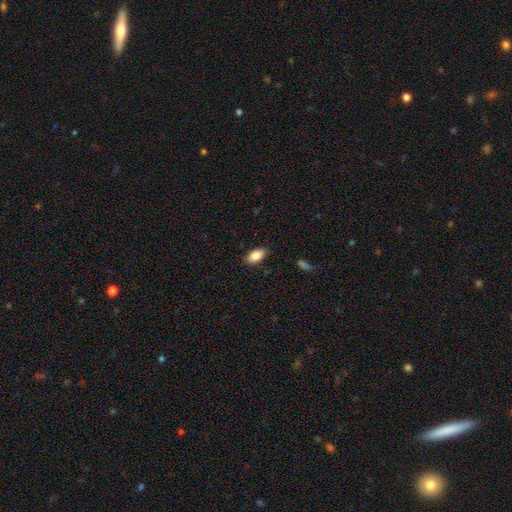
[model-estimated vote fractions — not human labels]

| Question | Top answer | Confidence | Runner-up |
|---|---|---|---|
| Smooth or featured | smooth | 86% | featured or disk (7%) |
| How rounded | in between | 92% | round (4%) |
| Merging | none | 86% | minor disturbance (11%) |